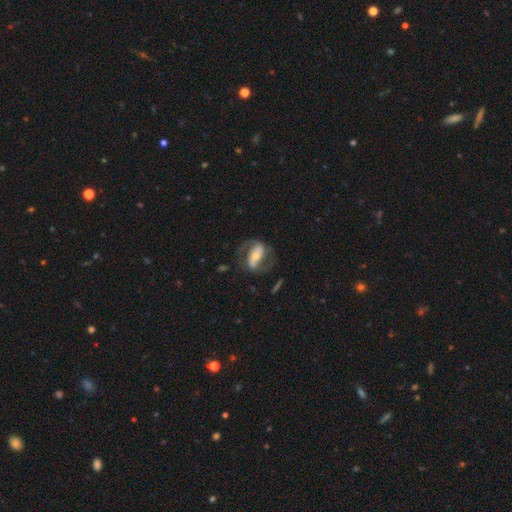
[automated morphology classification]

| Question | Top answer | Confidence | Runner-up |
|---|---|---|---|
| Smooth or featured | featured or disk | 80% | smooth (14%) |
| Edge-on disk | no | 95% | yes (5%) |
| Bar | strong | 58% | weak (25%) |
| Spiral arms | yes | 91% | no (9%) |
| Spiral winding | medium | 50% | loose (28%) |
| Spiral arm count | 2 | 89% | 1 (4%) |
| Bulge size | small | 43% | moderate (40%) |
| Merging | none | 68% | minor disturbance (15%) |